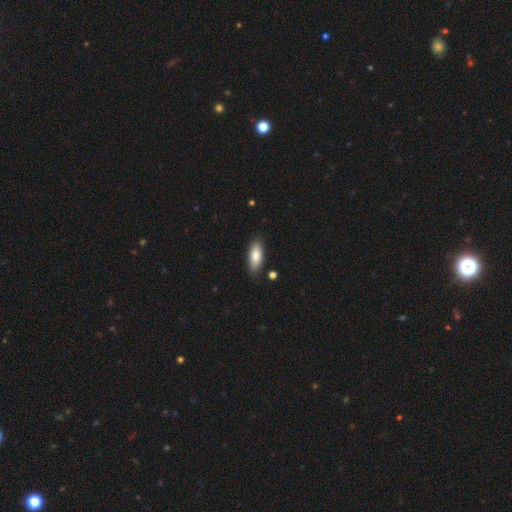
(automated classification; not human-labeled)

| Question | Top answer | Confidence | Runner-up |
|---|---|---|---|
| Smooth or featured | smooth | 82% | featured or disk (12%) |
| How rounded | in between | 77% | cigar-shaped (21%) |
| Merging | none | 87% | minor disturbance (10%) |